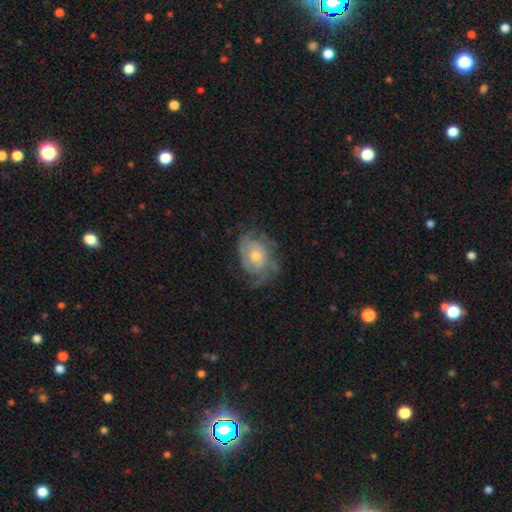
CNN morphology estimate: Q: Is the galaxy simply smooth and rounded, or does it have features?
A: featured or disk — 78%.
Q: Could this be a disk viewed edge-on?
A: no — 97%.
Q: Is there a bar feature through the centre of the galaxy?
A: no — 78%.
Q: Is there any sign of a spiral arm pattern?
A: yes — 89%.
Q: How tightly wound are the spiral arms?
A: tight — 51%.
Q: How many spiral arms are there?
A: can't tell — 36%.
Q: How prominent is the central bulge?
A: moderate — 54%.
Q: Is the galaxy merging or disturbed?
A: none — 58%.